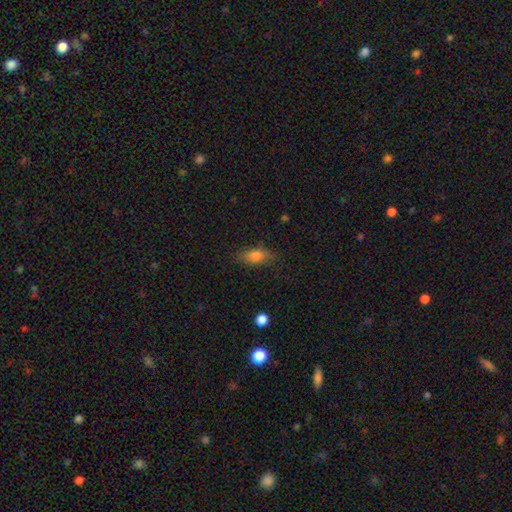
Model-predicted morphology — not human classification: Smooth or featured: smooth — 78% (featured or disk — 12%)
How rounded: in between — 79% (cigar-shaped — 14%)
Merging: none — 80% (minor disturbance — 15%)